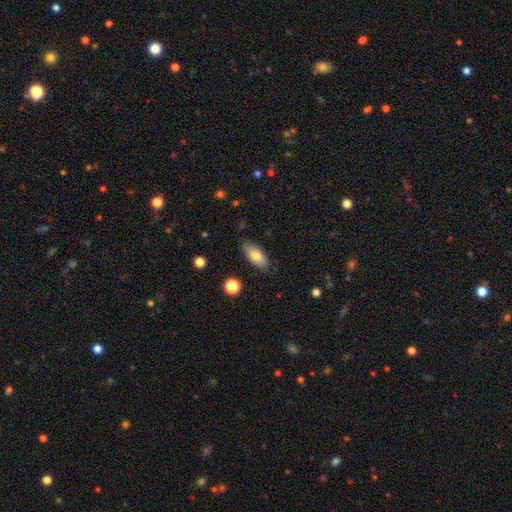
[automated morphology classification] smooth-or-featured: smooth: 76% | featured or disk: 17% | star or artifact: 7%
  how-rounded: in between: 82% | cigar-shaped: 15% | round: 3%
  merging: none: 86% | minor disturbance: 11% | major disturbance: 2% | merger: 1%